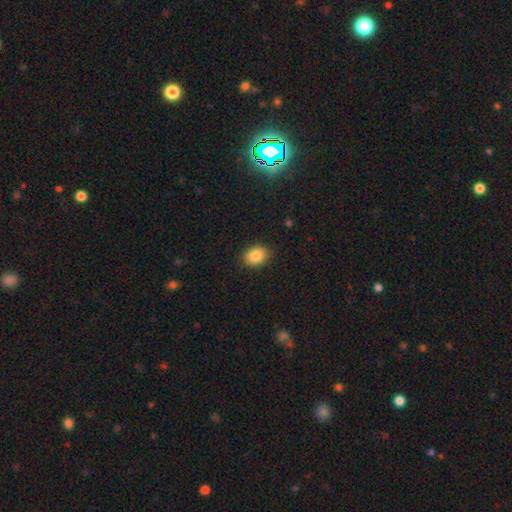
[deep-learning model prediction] smooth_or_featured: smooth (p=0.86) [alt: star or artifact p=0.08]
how_rounded: in between (p=0.68) [alt: round p=0.31]
merging: none (p=0.87) [alt: minor disturbance p=0.09]